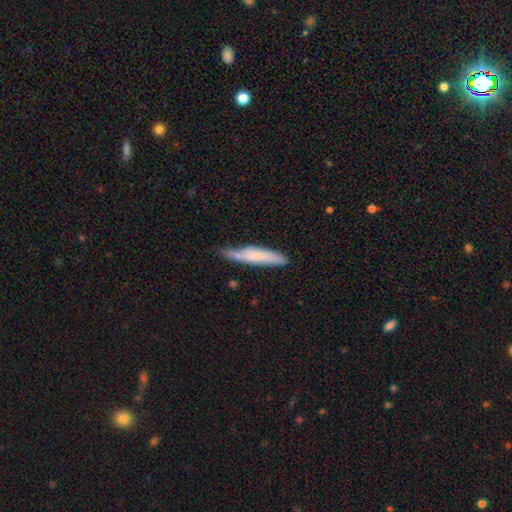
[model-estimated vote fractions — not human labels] Smooth or featured?
  - smooth: 63% *
  - featured or disk: 31%
  - star or artifact: 6%
How rounded?
  - cigar-shaped: 87% *
  - in between: 12%
  - round: 1%
Merging?
  - none: 57% *
  - minor disturbance: 29%
  - merger: 7%
  - major disturbance: 7%